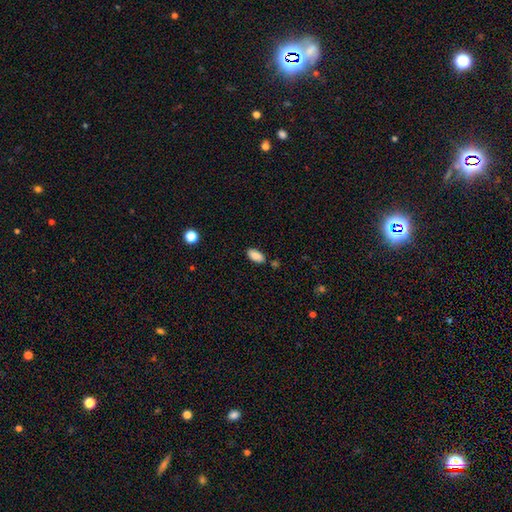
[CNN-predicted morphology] type=smooth (87%); roundness=in between (90%); merging=none (80%).